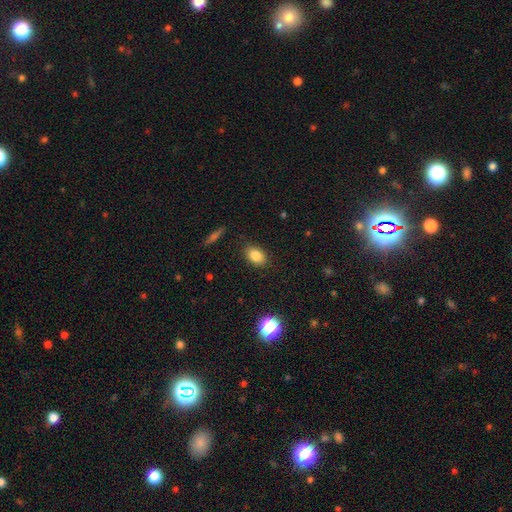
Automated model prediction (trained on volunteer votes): Smooth or featured: smooth — 83% (star or artifact — 10%)
How rounded: in between — 82% (round — 16%)
Merging: none — 86% (minor disturbance — 10%)